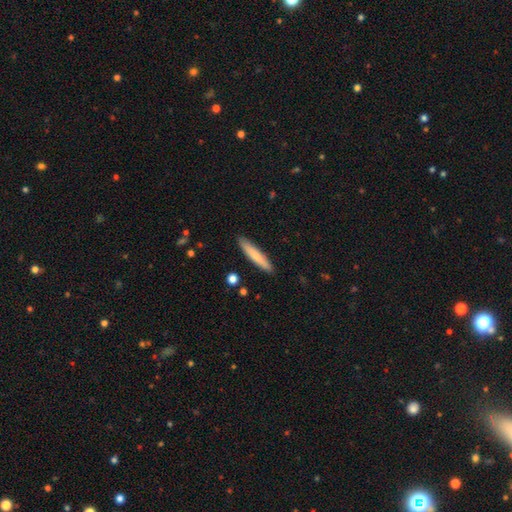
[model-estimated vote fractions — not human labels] Smooth or featured? Predicted: smooth (p=0.74). How rounded? Predicted: cigar-shaped (p=0.91). Merging? Predicted: none (p=0.90).